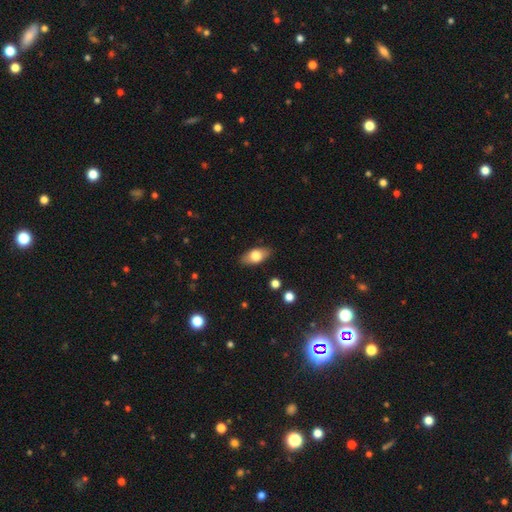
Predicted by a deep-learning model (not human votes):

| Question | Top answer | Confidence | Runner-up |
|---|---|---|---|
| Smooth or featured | smooth | 72% | featured or disk (20%) |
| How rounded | in between | 89% | cigar-shaped (6%) |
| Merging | none | 86% | minor disturbance (11%) |